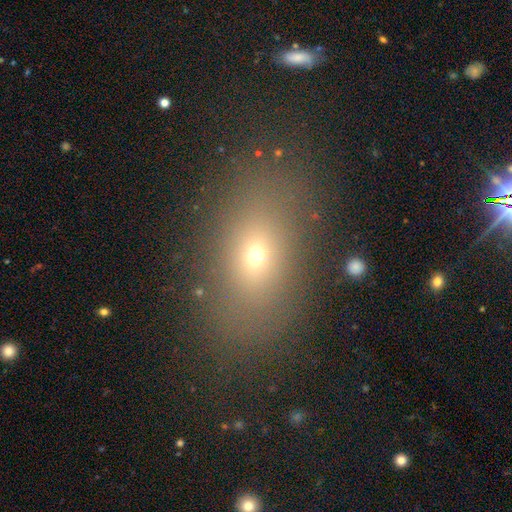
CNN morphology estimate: smooth-or-featured: smooth: 62% | star or artifact: 21% | featured or disk: 17%
  how-rounded: in between: 74% | round: 22% | cigar-shaped: 5%
  merging: none: 81% | minor disturbance: 10% | major disturbance: 6% | merger: 2%